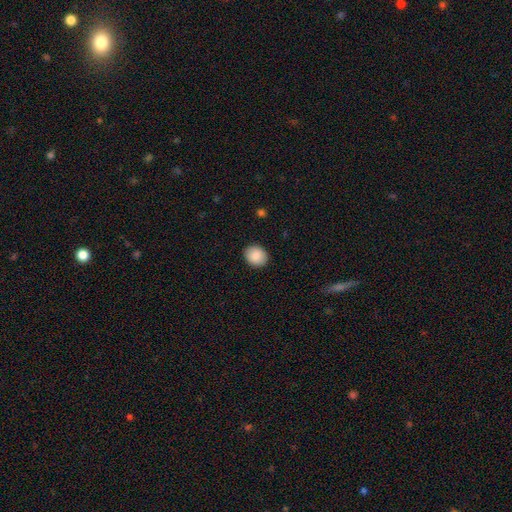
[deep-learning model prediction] smooth_or_featured: smooth (p=0.88) [alt: star or artifact p=0.07]
how_rounded: round (p=0.63) [alt: in between p=0.36]
merging: none (p=0.91) [alt: minor disturbance p=0.07]